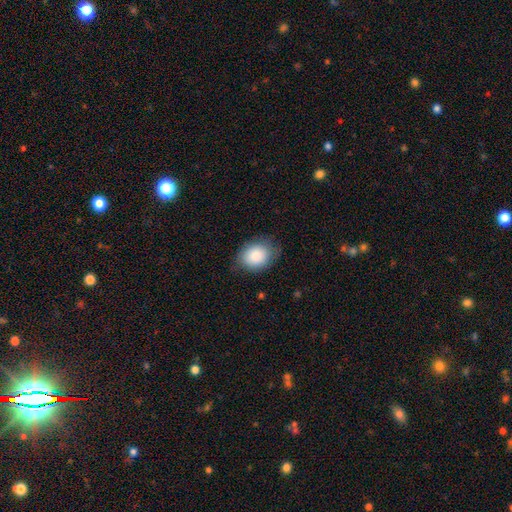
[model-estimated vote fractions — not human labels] A smooth galaxy with no disk features (84%) that is in between round and cigar-shaped (57%).

Vote fractions:
- Smooth or featured? smooth: 84% / featured or disk: 9% / star or artifact: 7%
- How rounded? in between: 57% / round: 42% / cigar-shaped: 1%
- Merging? none: 73% / minor disturbance: 21% / major disturbance: 5% / merger: 1%